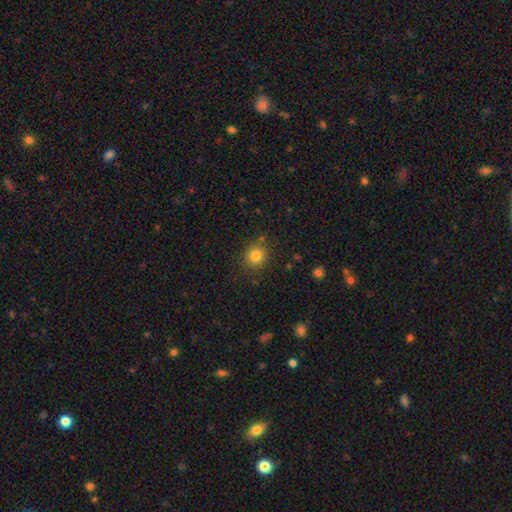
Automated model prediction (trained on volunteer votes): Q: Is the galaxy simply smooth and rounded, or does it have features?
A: smooth — 82%.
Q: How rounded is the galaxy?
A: round — 88%.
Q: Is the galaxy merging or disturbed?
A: none — 86%.